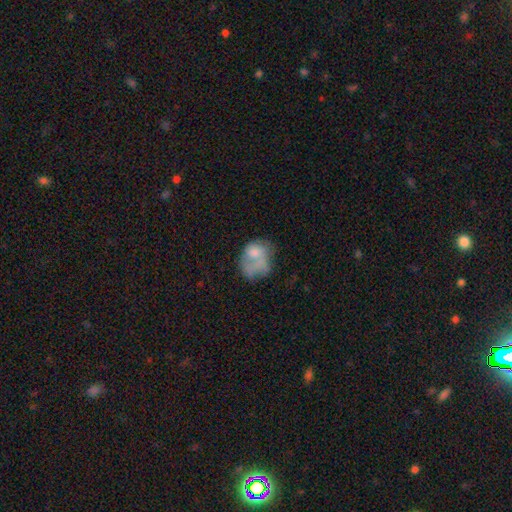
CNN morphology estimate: This appears to be a smooth galaxy with no disk features (60%) that is in between round and cigar-shaped (58%). Merging: major disturbance (32%).